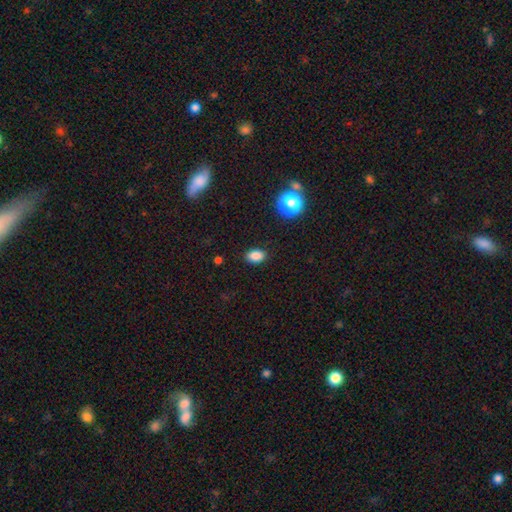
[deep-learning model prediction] Smooth or featured?
  - smooth: 85% *
  - star or artifact: 11%
  - featured or disk: 4%
How rounded?
  - in between: 84% *
  - round: 15%
  - cigar-shaped: 1%
Merging?
  - none: 88% *
  - minor disturbance: 9%
  - major disturbance: 2%
  - merger: 1%